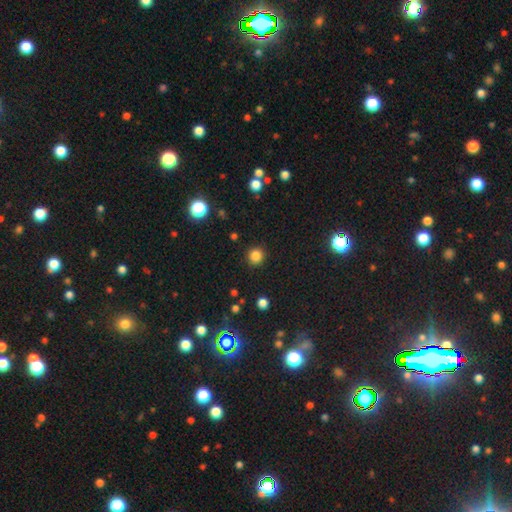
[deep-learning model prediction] Smooth or featured? Predicted: smooth (p=0.83). How rounded? Predicted: round (p=0.93). Merging? Predicted: none (p=0.91).